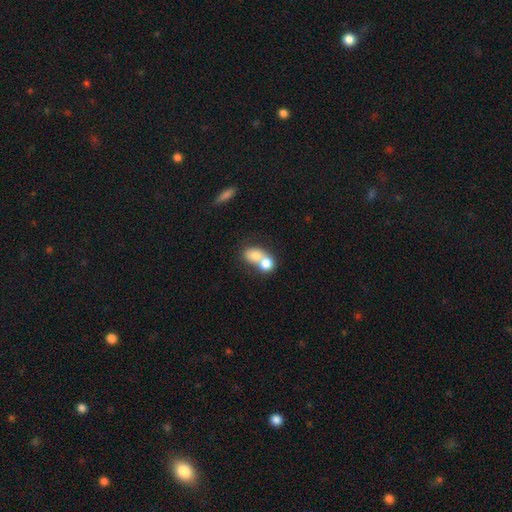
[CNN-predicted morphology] Smooth or featured?
  - smooth: 73% *
  - featured or disk: 18%
  - star or artifact: 9%
How rounded?
  - round: 51% *
  - in between: 48%
  - cigar-shaped: 2%
Merging?
  - merger: 70% *
  - none: 21%
  - minor disturbance: 6%
  - major disturbance: 3%